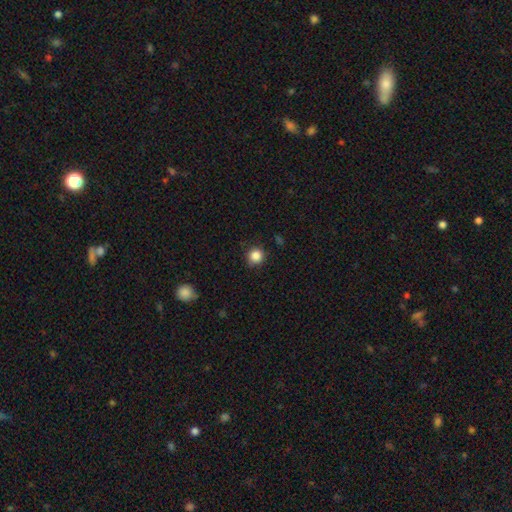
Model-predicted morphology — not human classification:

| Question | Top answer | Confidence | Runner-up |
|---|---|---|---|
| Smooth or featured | smooth | 85% | star or artifact (11%) |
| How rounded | round | 92% | in between (7%) |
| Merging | none | 86% | minor disturbance (10%) |